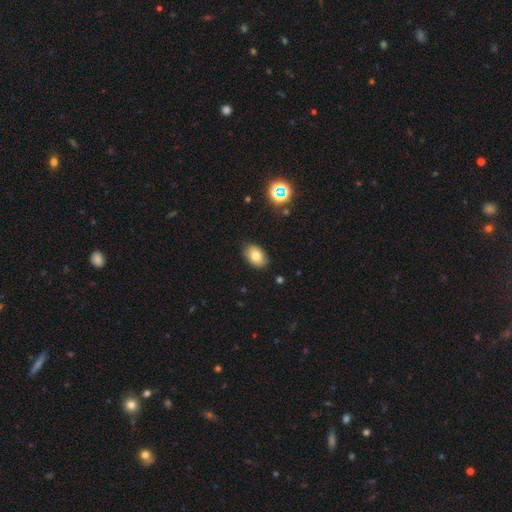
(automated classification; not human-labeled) Smooth or featured?
  - smooth: 77% *
  - featured or disk: 12%
  - star or artifact: 11%
How rounded?
  - in between: 83% *
  - round: 16%
  - cigar-shaped: 1%
Merging?
  - none: 85% *
  - minor disturbance: 12%
  - major disturbance: 2%
  - merger: 1%